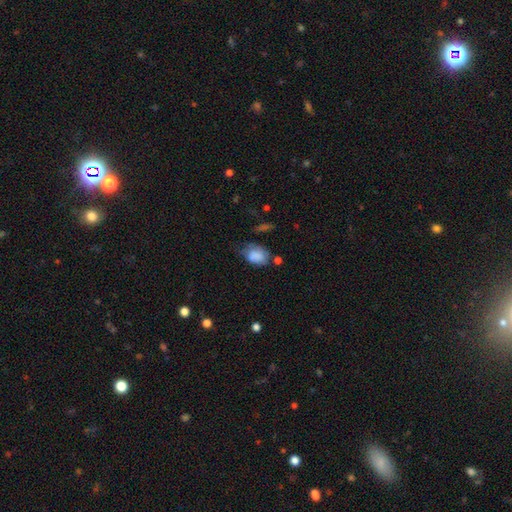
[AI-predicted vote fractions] Overall: smooth (81%). How rounded: in between (75%). Merging: none (38%; minor disturbance 36%).